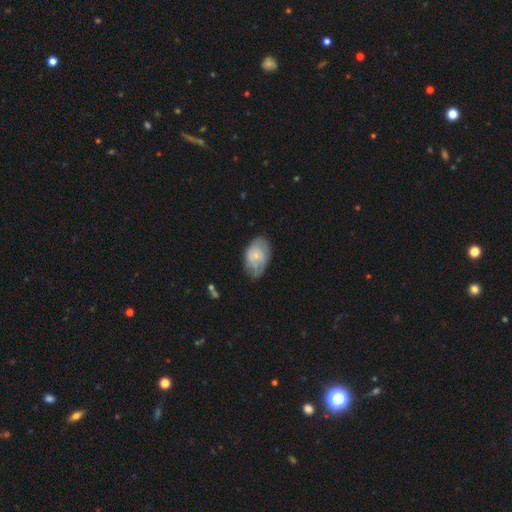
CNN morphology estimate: This appears to be a smooth galaxy with no disk features (49%). Merging: none (62%).